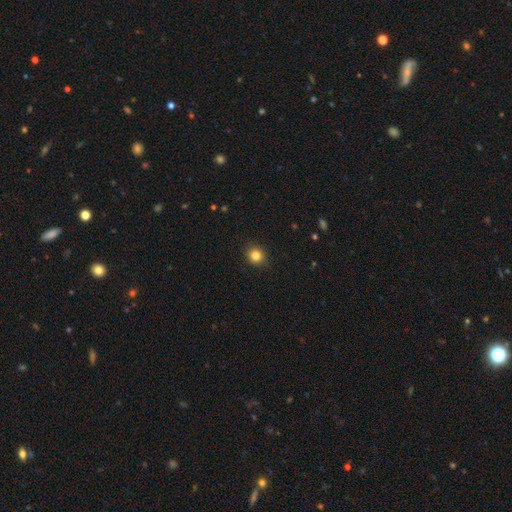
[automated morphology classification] smooth 84%, star or artifact 11%, featured or disk 5%. Down the decision tree: how rounded — round (86%); merging — none (90%).